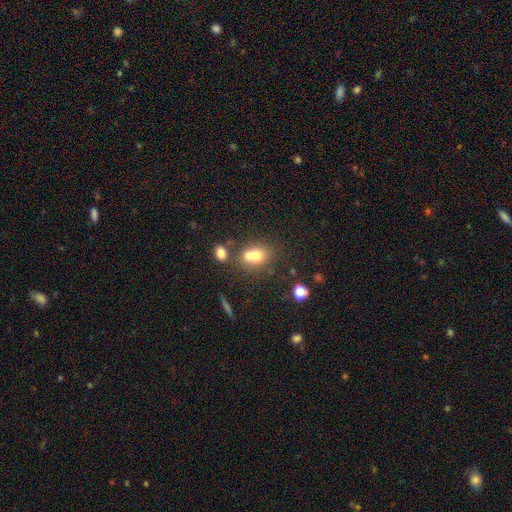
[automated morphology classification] smooth_or_featured: smooth (p=0.69) [alt: featured or disk p=0.18]
how_rounded: round (p=0.55) [alt: in between p=0.44]
merging: merger (p=0.55) [alt: none p=0.33]